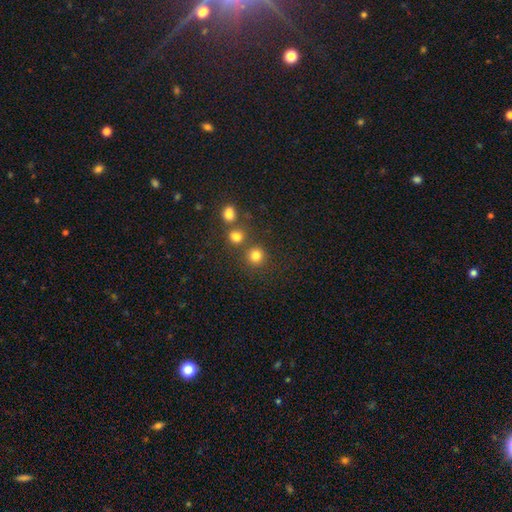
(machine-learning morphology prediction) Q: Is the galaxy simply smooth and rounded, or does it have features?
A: smooth — 80%.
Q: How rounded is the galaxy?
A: round — 91%.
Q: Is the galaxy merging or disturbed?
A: none — 74%.